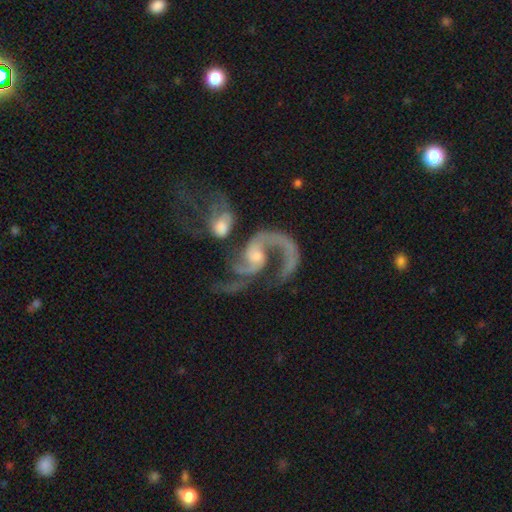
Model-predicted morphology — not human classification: A featured or disk galaxy (87%) with no bar (51%), 2 (63%) loose (50%) spiral arms (93%) and a moderate central bulge (43%). Merging: merger (47%).